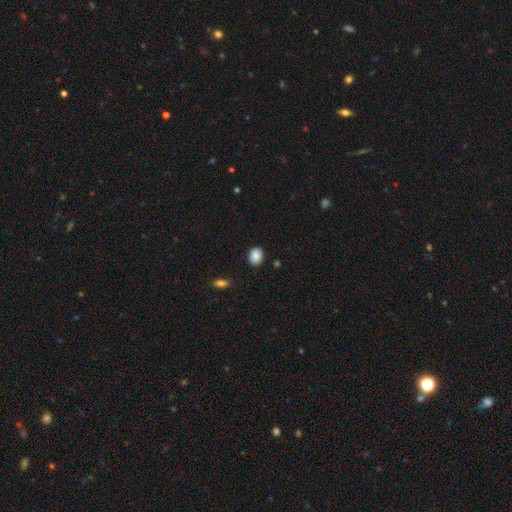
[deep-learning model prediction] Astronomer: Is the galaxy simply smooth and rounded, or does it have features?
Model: smooth — 86%.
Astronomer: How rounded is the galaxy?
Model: in between — 57% (runner-up: round, 41%).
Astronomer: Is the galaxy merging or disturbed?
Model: none — 86%.